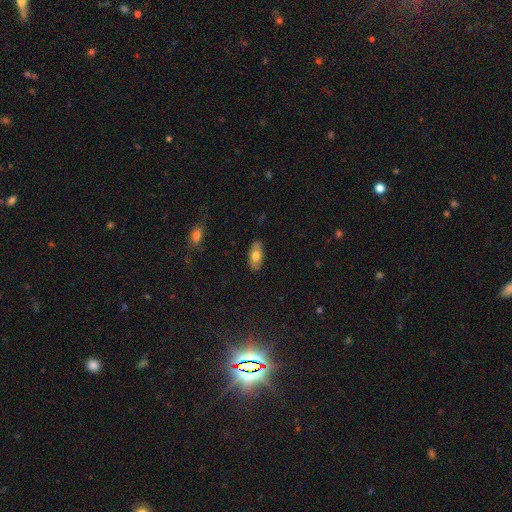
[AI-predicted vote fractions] This is likely a smooth galaxy (68%). How rounded: clearly in between (89%). Merging: clearly none (83%).